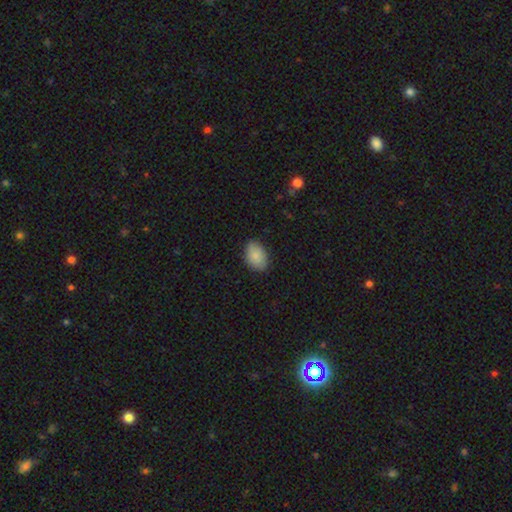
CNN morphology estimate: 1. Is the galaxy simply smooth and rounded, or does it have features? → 84% smooth, 9% featured or disk, 7% star or artifact.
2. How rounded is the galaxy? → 84% in between, 15% round, 1% cigar-shaped.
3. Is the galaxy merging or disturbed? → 81% none, 15% minor disturbance, 3% major disturbance, 1% merger.